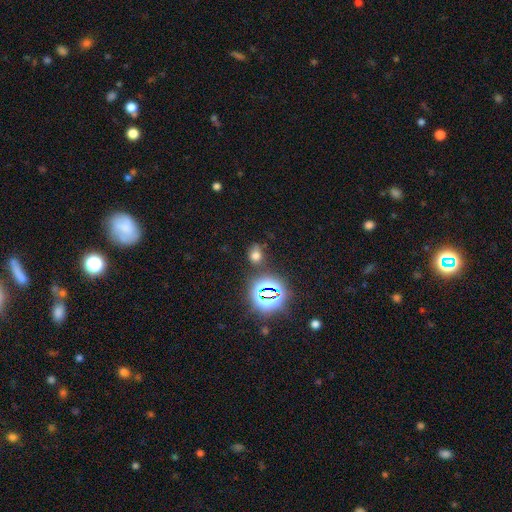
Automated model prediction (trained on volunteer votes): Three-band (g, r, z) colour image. It shows a smooth galaxy with no disk features (59%) that is in between round and cigar-shaped (53%). Merging: none (70%).